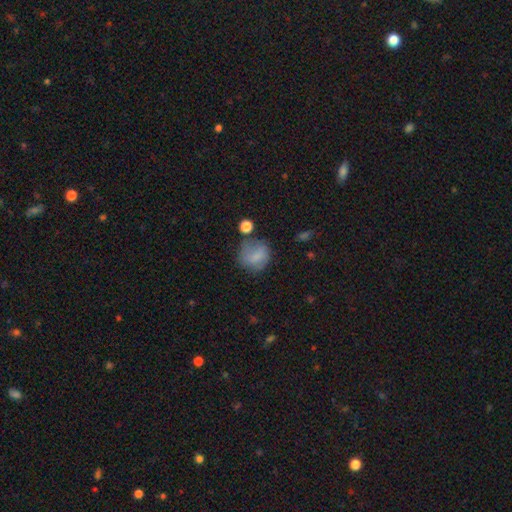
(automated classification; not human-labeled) Q: Smooth or featured?
A: smooth (76%); runner-up: featured or disk (14%)
Q: How rounded?
A: round (74%); runner-up: in between (25%)
Q: Merging?
A: none (54%); runner-up: minor disturbance (25%)